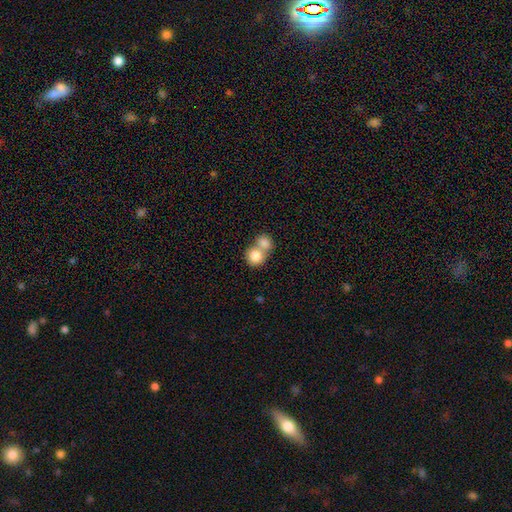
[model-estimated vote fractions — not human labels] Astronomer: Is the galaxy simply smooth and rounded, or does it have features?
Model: smooth — 81%.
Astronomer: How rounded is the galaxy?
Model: round — 80%.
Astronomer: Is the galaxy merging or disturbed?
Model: merger — 63%.